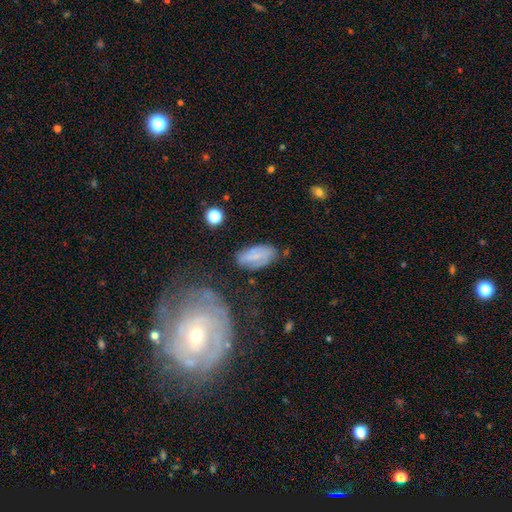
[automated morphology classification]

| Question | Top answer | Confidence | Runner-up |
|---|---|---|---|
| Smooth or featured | smooth | 49% | featured or disk (42%) |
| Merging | none | 70% | minor disturbance (20%) |